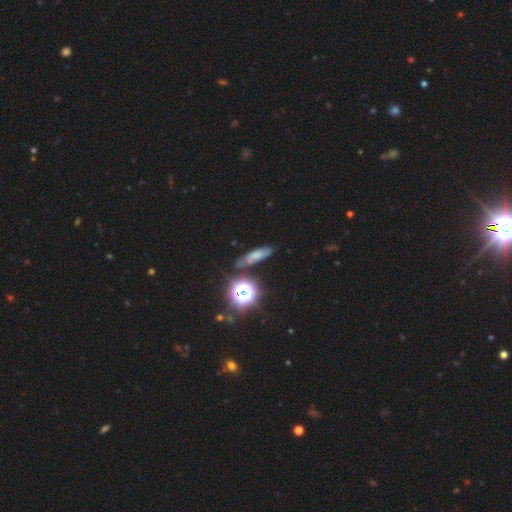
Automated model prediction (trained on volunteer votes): smooth 52%, star or artifact 26%, featured or disk 22%. Down the decision tree: how rounded — cigar-shaped (47%); merging — none (70%).